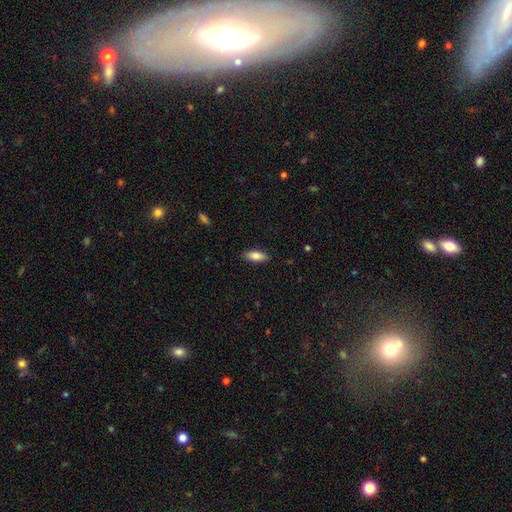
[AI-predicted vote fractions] Q: Smooth or featured?
A: smooth (84%); runner-up: featured or disk (10%)
Q: How rounded?
A: in between (78%); runner-up: cigar-shaped (20%)
Q: Merging?
A: none (88%); runner-up: minor disturbance (9%)